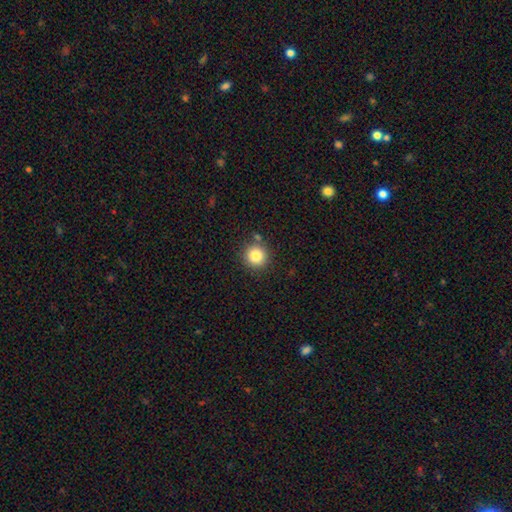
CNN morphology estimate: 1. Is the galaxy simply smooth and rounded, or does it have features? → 83% smooth, 11% star or artifact, 6% featured or disk.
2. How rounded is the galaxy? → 94% round, 5% in between, 1% cigar-shaped.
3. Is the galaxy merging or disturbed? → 83% none, 8% minor disturbance, 6% merger, 3% major disturbance.